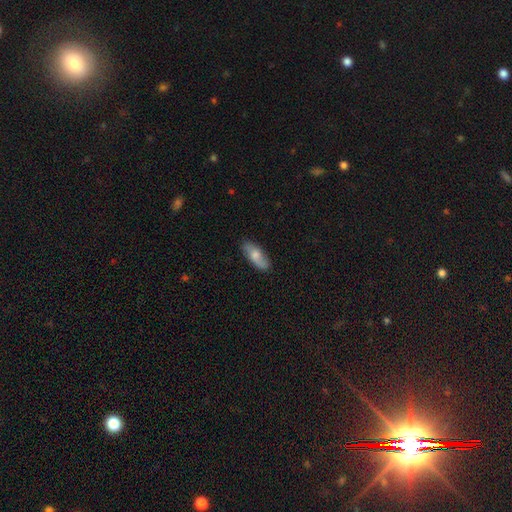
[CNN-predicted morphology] smooth 65%, featured or disk 29%, star or artifact 6%. Down the decision tree: how rounded — in between (77%); merging — none (81%).